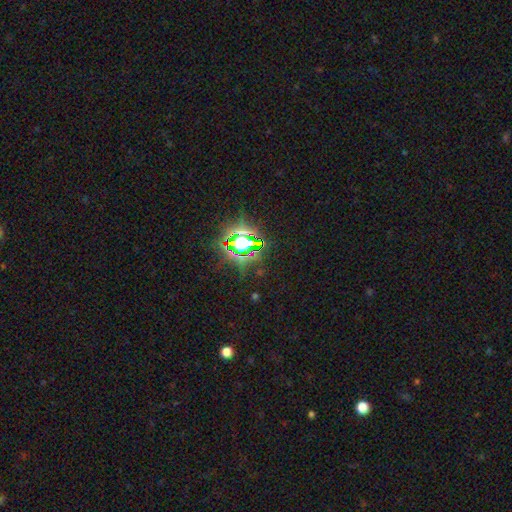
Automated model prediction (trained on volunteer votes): smooth_or_featured: star or artifact (p=0.81) [alt: smooth p=0.12]